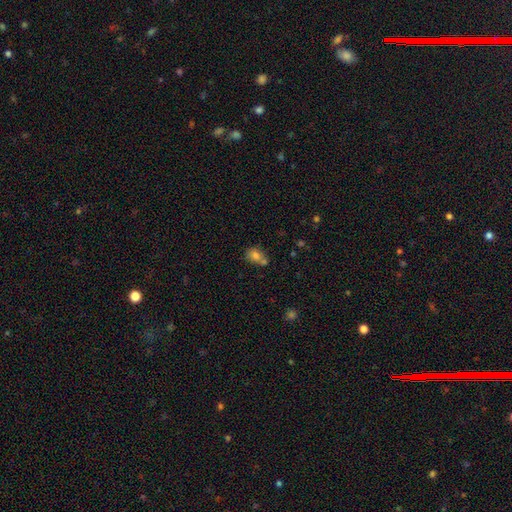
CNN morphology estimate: smooth 75%, featured or disk 12%, star or artifact 12%. Down the decision tree: how rounded — in between (55%); merging — none (46%).